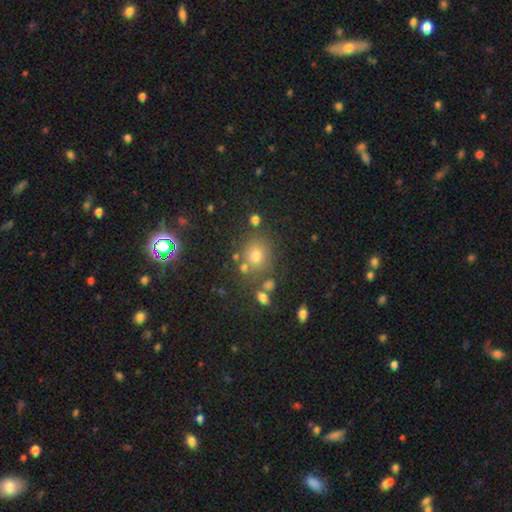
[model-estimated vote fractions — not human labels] smooth_or_featured: smooth (p=0.68) [alt: star or artifact p=0.22]
how_rounded: round (p=0.80) [alt: in between p=0.19]
merging: none (p=0.74) [alt: minor disturbance p=0.11]